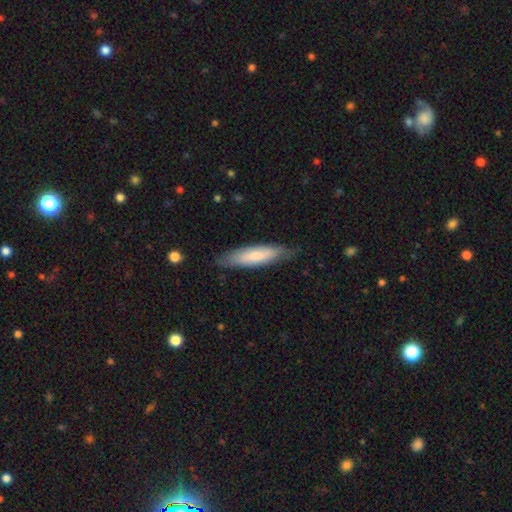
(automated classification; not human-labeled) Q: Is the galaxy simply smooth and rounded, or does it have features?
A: smooth — 65%.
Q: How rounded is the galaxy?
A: cigar-shaped — 66%.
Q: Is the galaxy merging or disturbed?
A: none — 79%.